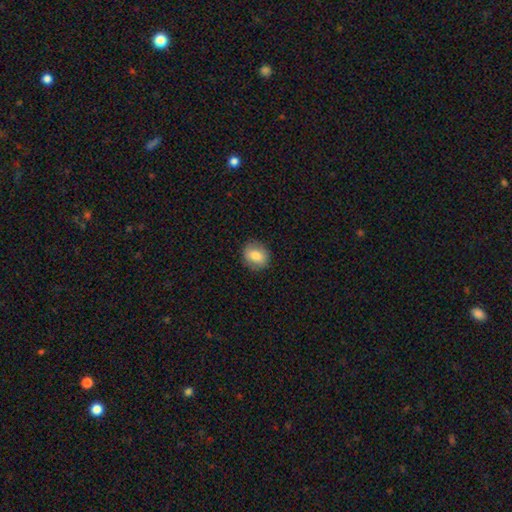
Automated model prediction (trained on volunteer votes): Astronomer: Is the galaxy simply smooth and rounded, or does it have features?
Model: smooth — 79%.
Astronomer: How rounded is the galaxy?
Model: round — 66%.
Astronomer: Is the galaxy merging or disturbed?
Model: none — 87%.